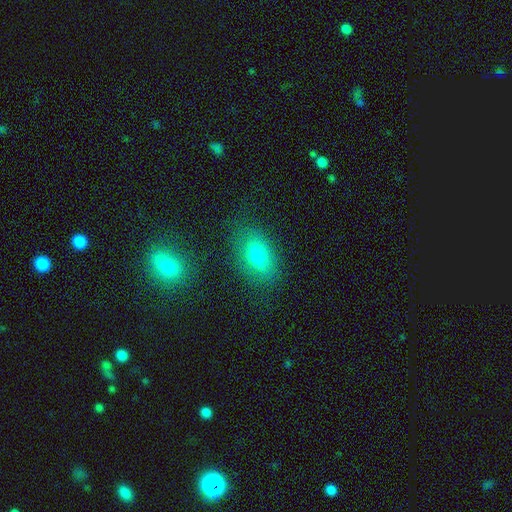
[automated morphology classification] smooth_or_featured: smooth (p=0.74) [alt: featured or disk p=0.15]
how_rounded: in between (p=0.87) [alt: round p=0.10]
merging: none (p=0.77) [alt: minor disturbance p=0.15]